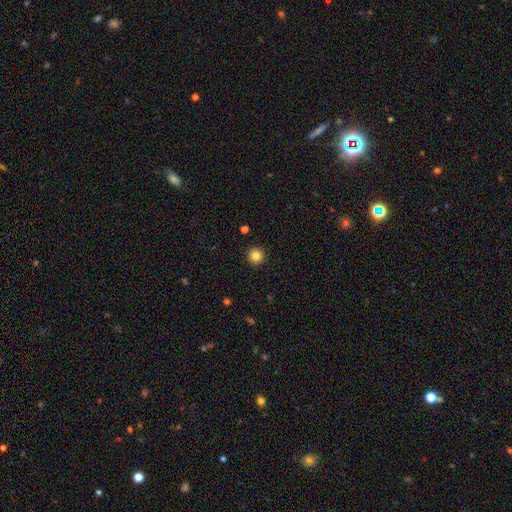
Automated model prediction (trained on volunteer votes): This is clearly a smooth galaxy (83%). How rounded: clearly round (96%). Merging: clearly none (93%).